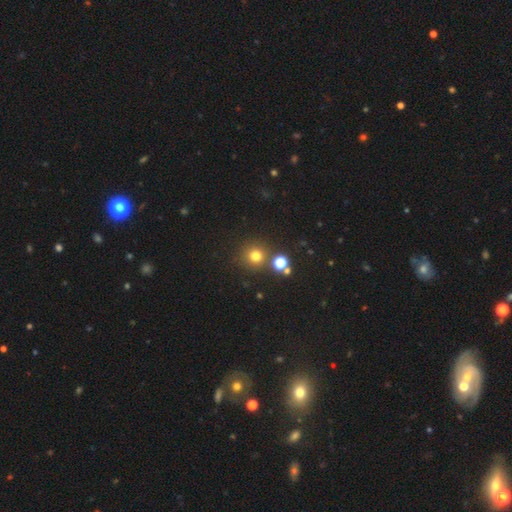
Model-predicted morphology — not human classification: A smooth galaxy with no disk features (75%) that is round (94%).

Vote fractions:
- Smooth or featured? smooth: 75% / star or artifact: 19% / featured or disk: 6%
- How rounded? round: 94% / in between: 5% / cigar-shaped: 1%
- Merging? none: 82% / merger: 8% / minor disturbance: 7% / major disturbance: 3%